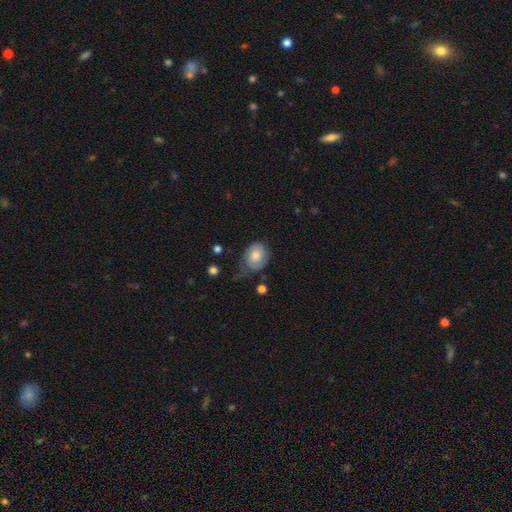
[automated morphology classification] Smooth or featured? smooth (66%)
How rounded? in between (56%)
Merging? none (46%)